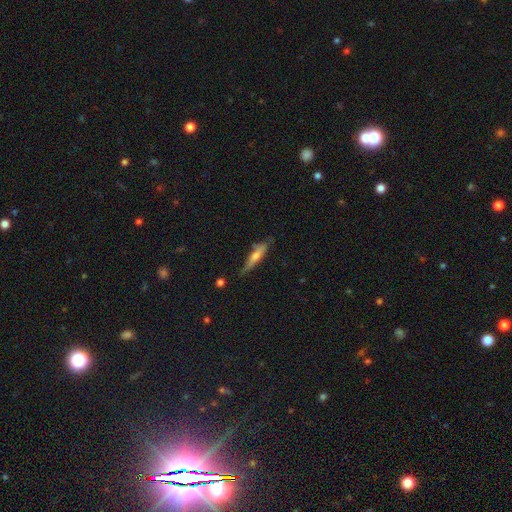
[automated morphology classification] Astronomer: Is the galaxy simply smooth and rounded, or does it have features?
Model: smooth — 48% (runner-up: featured or disk, 45%).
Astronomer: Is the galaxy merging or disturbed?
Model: none — 66%.